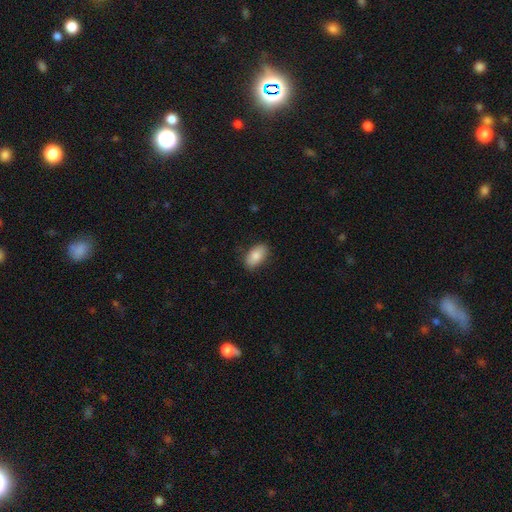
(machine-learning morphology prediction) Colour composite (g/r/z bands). It shows a smooth galaxy with no disk features (84%) that is in between round and cigar-shaped (93%). Merging: none (84%).